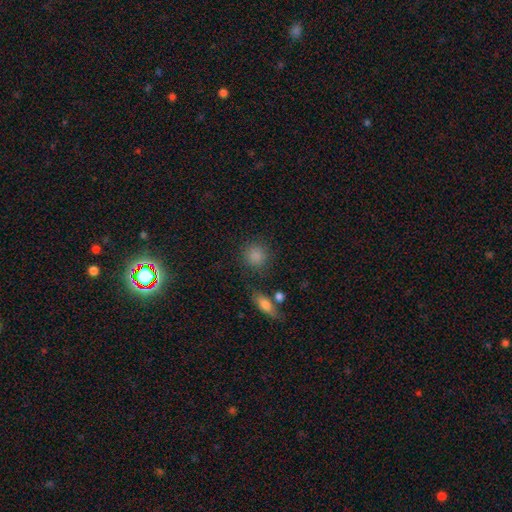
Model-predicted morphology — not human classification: Smooth or featured? smooth (85%)
How rounded? round (86%)
Merging? none (81%)